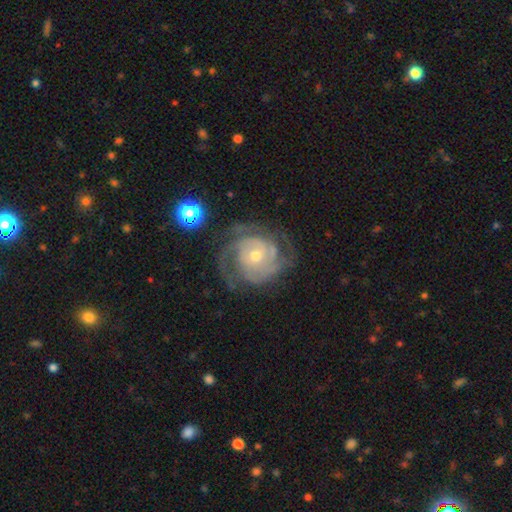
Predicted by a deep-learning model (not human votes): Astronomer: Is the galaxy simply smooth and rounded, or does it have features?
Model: featured or disk — 87%.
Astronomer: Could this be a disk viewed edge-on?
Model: no — 98%.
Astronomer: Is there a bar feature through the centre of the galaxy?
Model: no — 74%.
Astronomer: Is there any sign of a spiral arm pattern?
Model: yes — 95%.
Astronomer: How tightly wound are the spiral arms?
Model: tight — 65%.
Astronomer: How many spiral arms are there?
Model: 2 — 29% (runner-up: 3, 27%).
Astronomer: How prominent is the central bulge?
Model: moderate — 48%, tied with small at 48%.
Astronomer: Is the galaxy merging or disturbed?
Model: none — 67%.